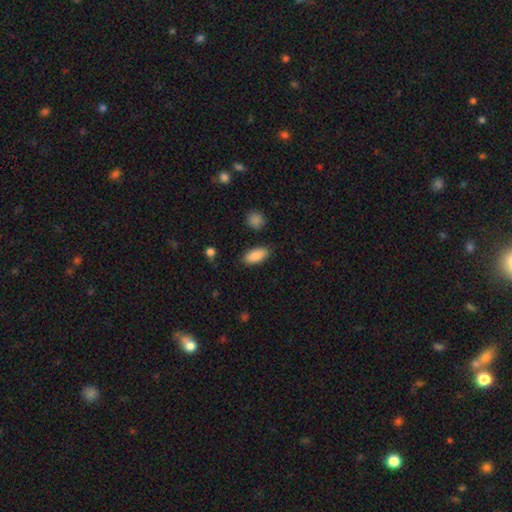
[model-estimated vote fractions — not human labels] This is clearly a smooth galaxy (88%). How rounded: clearly in between (88%). Merging: clearly none (85%).